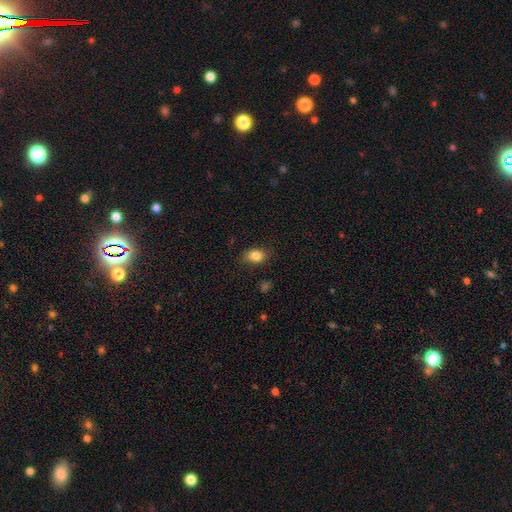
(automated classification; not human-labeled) Overall: smooth (84%). How rounded: in between (72%). Merging: none (79%).